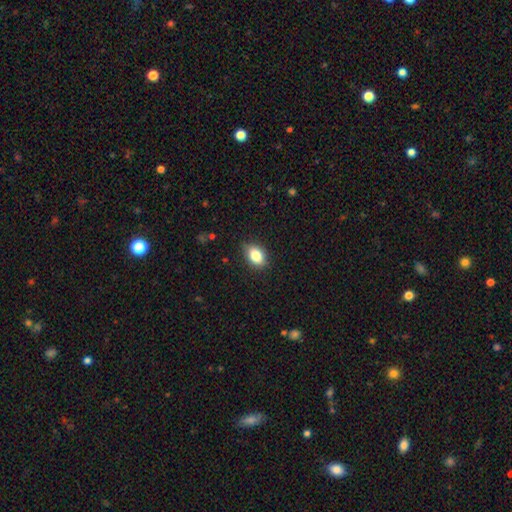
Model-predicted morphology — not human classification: Smooth or featured: smooth — 84% (star or artifact — 9%)
How rounded: in between — 77% (round — 21%)
Merging: none — 84% (minor disturbance — 12%)